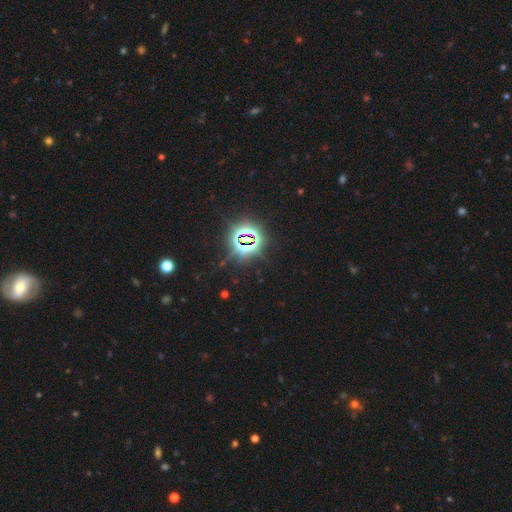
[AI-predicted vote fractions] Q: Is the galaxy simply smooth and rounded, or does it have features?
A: star or artifact — 84%.